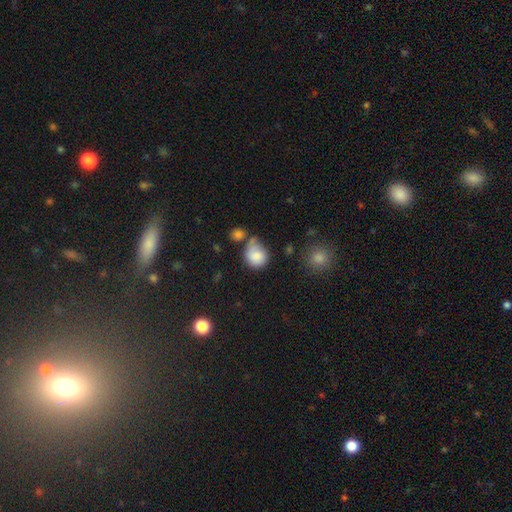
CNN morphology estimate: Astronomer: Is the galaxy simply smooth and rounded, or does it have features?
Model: smooth — 82%.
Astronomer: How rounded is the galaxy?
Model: round — 67%.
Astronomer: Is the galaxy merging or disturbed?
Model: none — 40% (runner-up: minor disturbance, 27%).